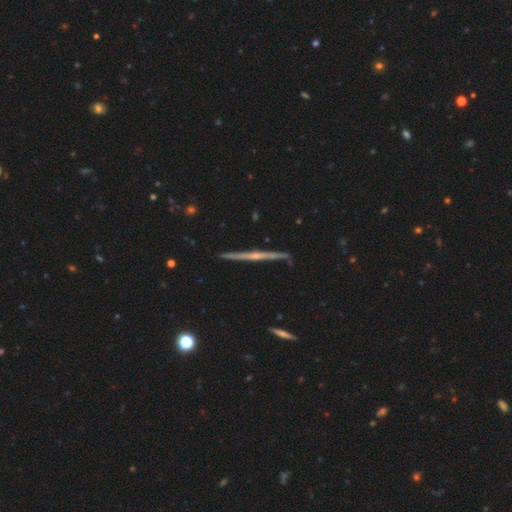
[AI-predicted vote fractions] Morphology: type=featured or disk (79%); edge-on=yes (98%); edge-on bulge=rounded (56%); merging=none (89%).